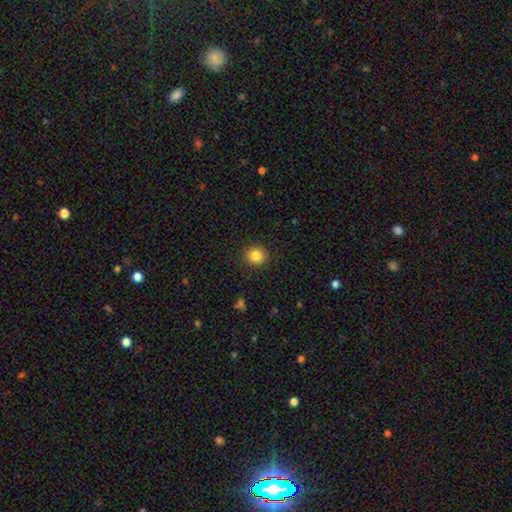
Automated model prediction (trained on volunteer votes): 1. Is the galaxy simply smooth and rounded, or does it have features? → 84% smooth, 11% star or artifact, 5% featured or disk.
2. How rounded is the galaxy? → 88% round, 11% in between, 1% cigar-shaped.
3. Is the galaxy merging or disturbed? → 91% none, 6% minor disturbance, 2% major disturbance, 1% merger.